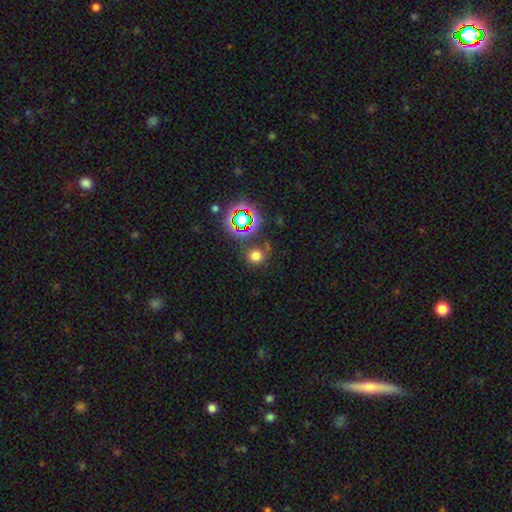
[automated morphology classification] This is likely a smooth galaxy (69%). How rounded: clearly round (88%). Merging: likely none (76%).